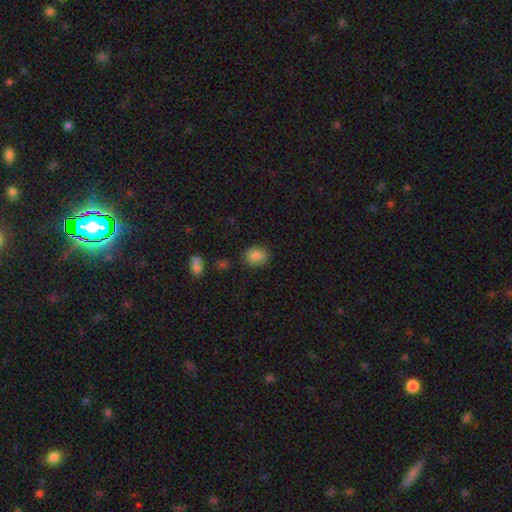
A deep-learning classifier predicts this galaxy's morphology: smooth-or-featured: smooth: 85% | star or artifact: 9% | featured or disk: 6%
  how-rounded: in between: 56% | round: 43% | cigar-shaped: 1%
  merging: none: 81% | minor disturbance: 13% | major disturbance: 3% | merger: 2%